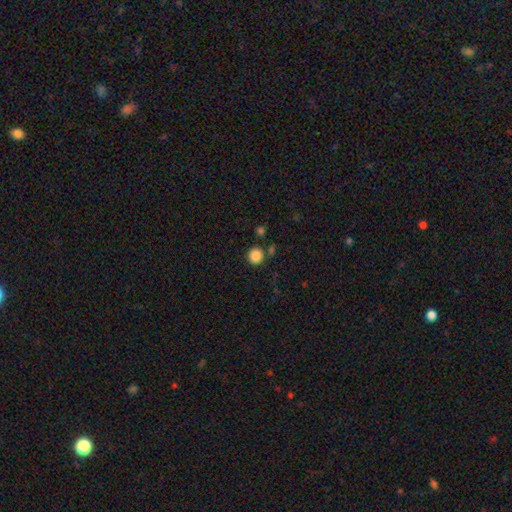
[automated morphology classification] This appears to be a smooth galaxy with no disk features (87%) that is round (92%). Merging: none (83%).